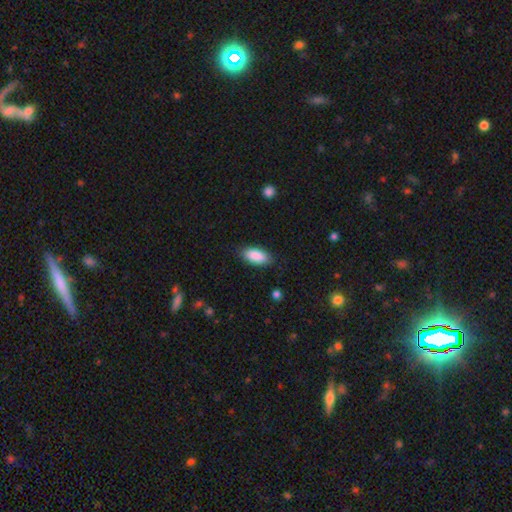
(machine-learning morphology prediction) smooth 89%, star or artifact 6%, featured or disk 5%. Down the decision tree: how rounded — in between (90%); merging — none (85%).